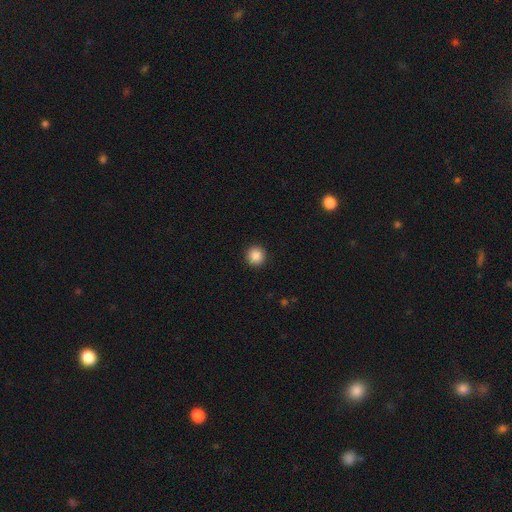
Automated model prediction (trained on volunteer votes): Q: Smooth or featured?
A: smooth (88%); runner-up: star or artifact (9%)
Q: How rounded?
A: round (95%); runner-up: in between (4%)
Q: Merging?
A: none (92%); runner-up: minor disturbance (5%)